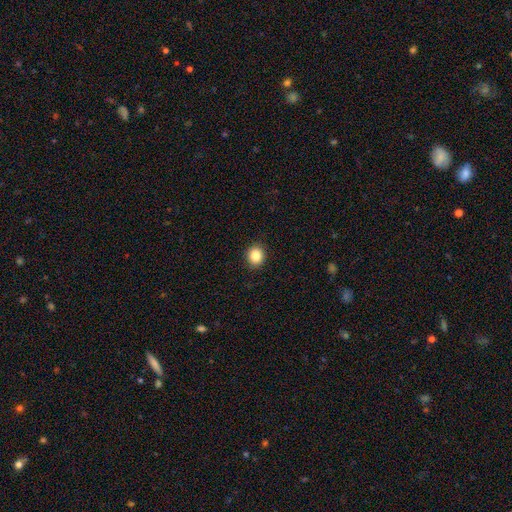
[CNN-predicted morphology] A smooth galaxy with no disk features (87%) that is round (77%). Merging: none (91%).